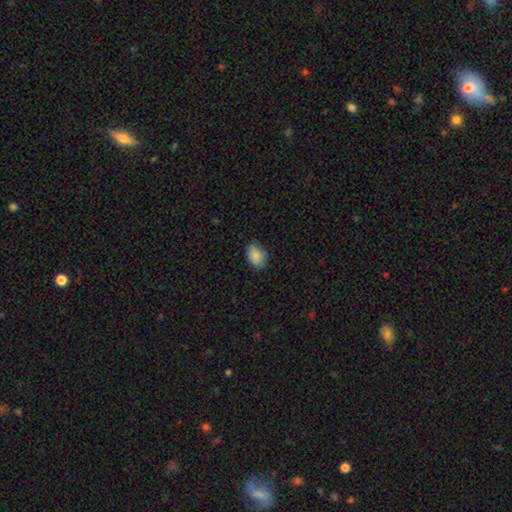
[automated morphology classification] smooth 86%, star or artifact 7%, featured or disk 6%. Down the decision tree: how rounded — in between (80%); merging — none (78%).